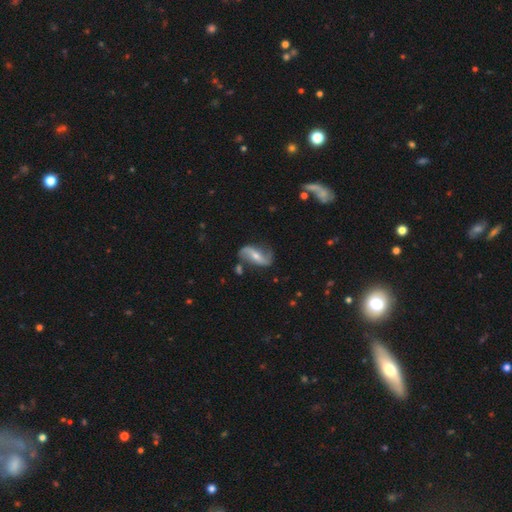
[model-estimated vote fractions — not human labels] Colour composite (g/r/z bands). It shows a featured or disk galaxy (78%) with a strong bar (38%), 2 (91%) loose (77%) spiral arms (91%) and a small central bulge (50%). Merging: none (68%).